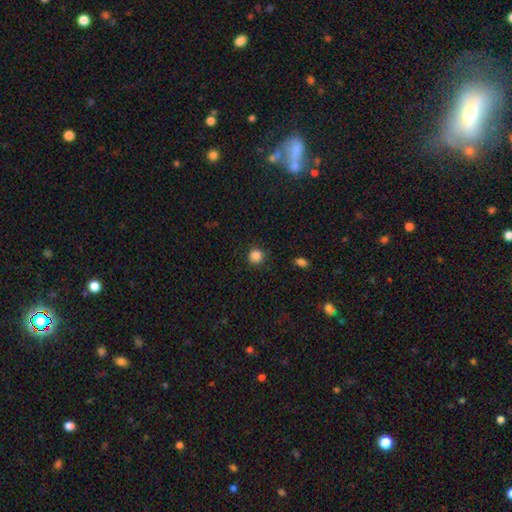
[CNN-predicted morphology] Smooth or featured?
  - smooth: 86% *
  - star or artifact: 11%
  - featured or disk: 3%
How rounded?
  - round: 93% *
  - in between: 6%
  - cigar-shaped: 1%
Merging?
  - none: 90% *
  - minor disturbance: 7%
  - major disturbance: 2%
  - merger: 1%